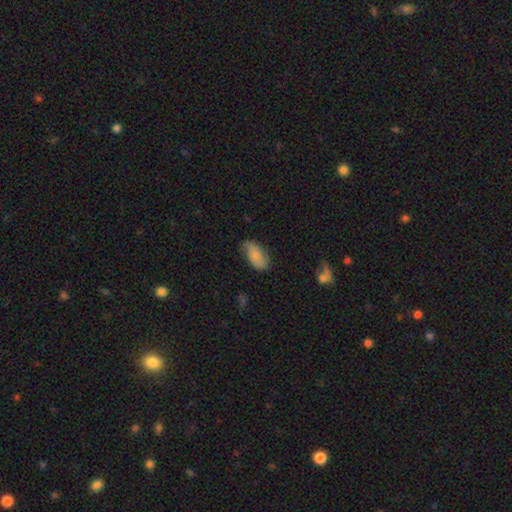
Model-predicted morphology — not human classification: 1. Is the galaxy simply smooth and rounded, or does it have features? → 78% smooth, 15% featured or disk, 6% star or artifact.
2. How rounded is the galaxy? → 94% in between, 4% cigar-shaped, 3% round.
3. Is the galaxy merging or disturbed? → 73% none, 22% minor disturbance, 4% major disturbance, 1% merger.